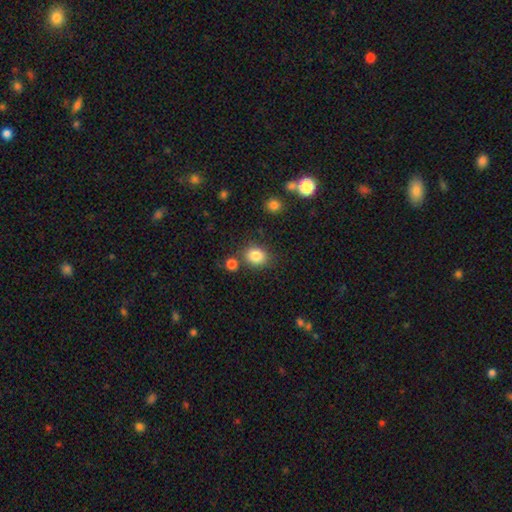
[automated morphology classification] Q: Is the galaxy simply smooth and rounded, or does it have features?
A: smooth — 85%.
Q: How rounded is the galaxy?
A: round — 58%.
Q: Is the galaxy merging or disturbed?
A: none — 75%.